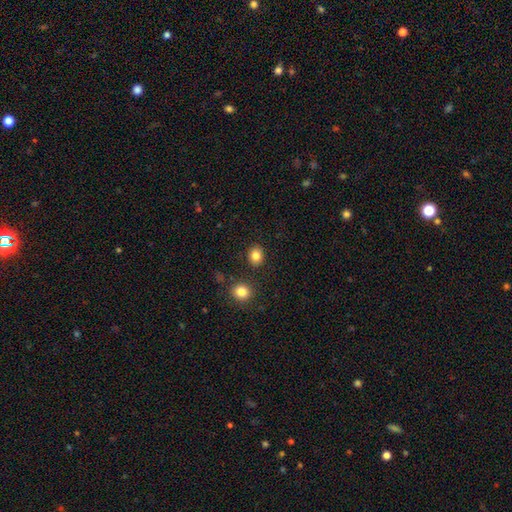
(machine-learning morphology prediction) A smooth galaxy with no disk features (84%) that is round (67%).

Vote fractions:
- Smooth or featured? smooth: 84% / star or artifact: 10% / featured or disk: 6%
- How rounded? round: 67% / in between: 32% / cigar-shaped: 1%
- Merging? none: 87% / minor disturbance: 7% / merger: 3% / major disturbance: 2%